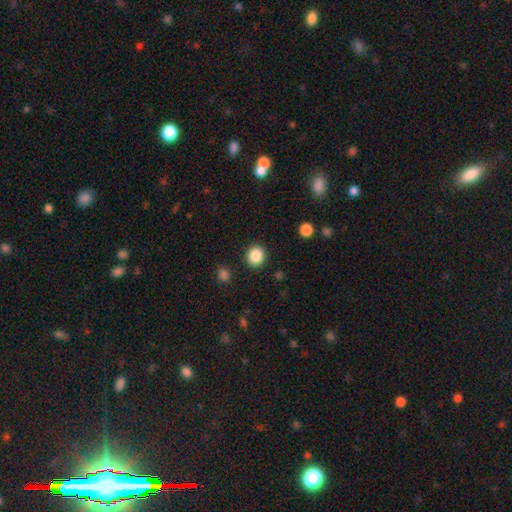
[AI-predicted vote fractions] smooth_or_featured: smooth (p=0.87) [alt: star or artifact p=0.10]
how_rounded: round (p=0.88) [alt: in between p=0.12]
merging: none (p=0.90) [alt: minor disturbance p=0.06]